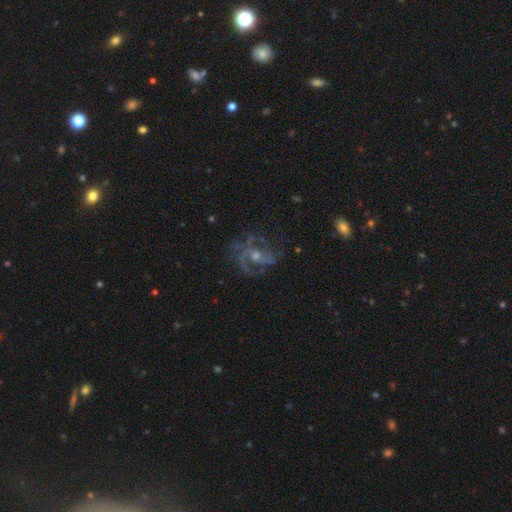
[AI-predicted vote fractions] A featured or disk galaxy (82%) with no bar (59%), 2 (35%) medium (49%) spiral arms (91%) and a moderate central bulge (47%). Merging: none (56%).